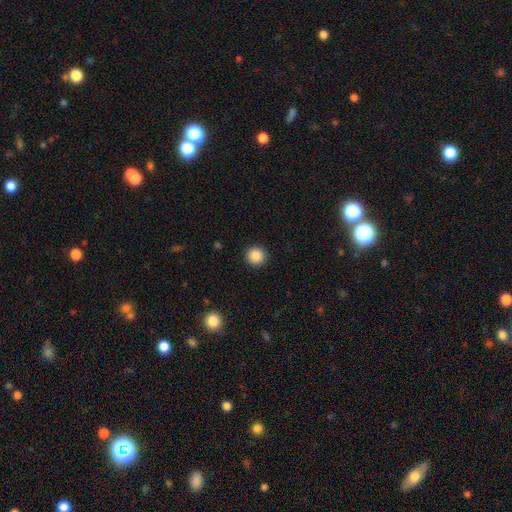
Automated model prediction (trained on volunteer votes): A smooth galaxy with no disk features (87%) that is round (93%).

Vote fractions:
- Smooth or featured? smooth: 87% / star or artifact: 9% / featured or disk: 4%
- How rounded? round: 93% / in between: 6% / cigar-shaped: 1%
- Merging? none: 92% / minor disturbance: 5% / major disturbance: 2% / merger: 1%